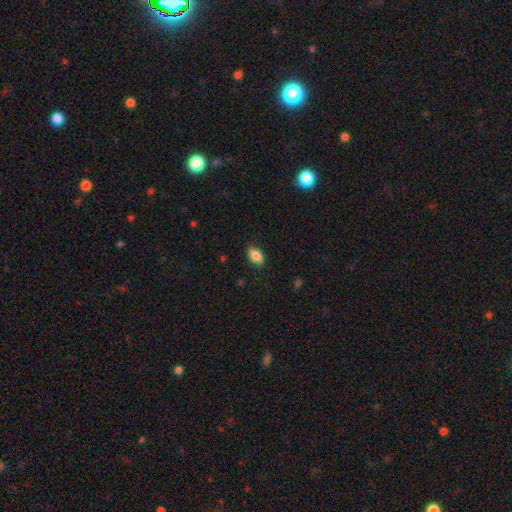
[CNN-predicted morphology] Q: Smooth or featured?
A: smooth (87%); runner-up: star or artifact (8%)
Q: How rounded?
A: in between (91%); runner-up: round (6%)
Q: Merging?
A: none (87%); runner-up: minor disturbance (9%)